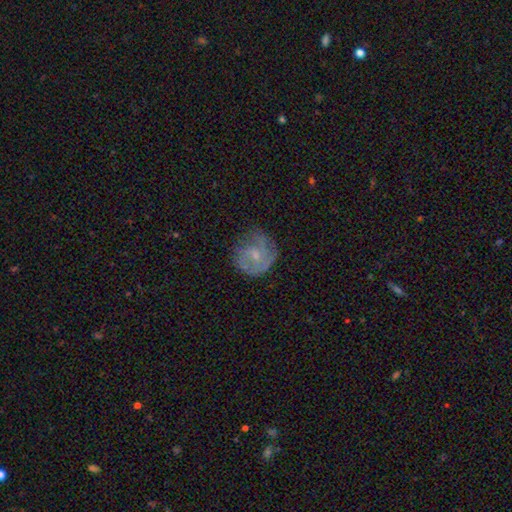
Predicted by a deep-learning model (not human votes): Smooth or featured? Predicted: featured or disk (p=0.58). Edge-on disk? Predicted: no (p=0.98). Bar? Predicted: no (p=0.64). Spiral arms? Predicted: yes (p=0.79). Bulge size? Predicted: small (p=0.61). Merging? Predicted: none (p=0.61).